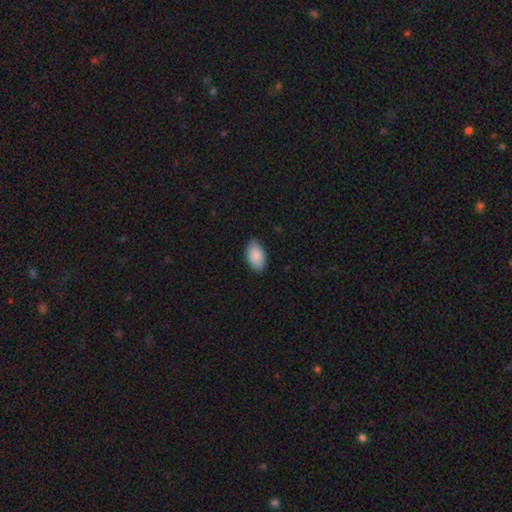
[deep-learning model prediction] Smooth or featured?
  - smooth: 89% *
  - star or artifact: 6%
  - featured or disk: 5%
How rounded?
  - in between: 95% *
  - round: 3%
  - cigar-shaped: 2%
Merging?
  - none: 81% *
  - minor disturbance: 16%
  - major disturbance: 2%
  - merger: 1%